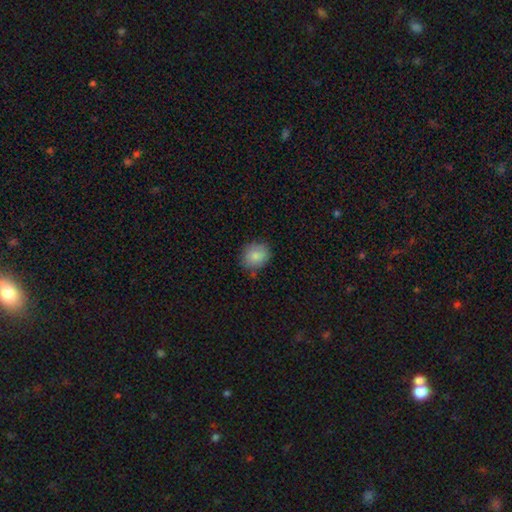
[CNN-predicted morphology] The model was most divided on "how rounded": round: 69%, in between: 30%, cigar-shaped: 1%. More confident: smooth or featured — smooth (85%); merging — none (78%).